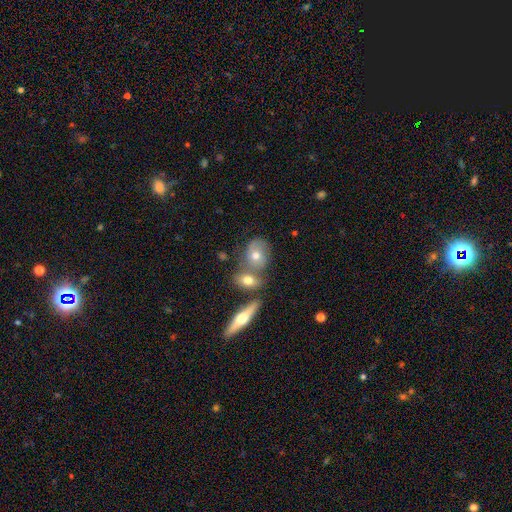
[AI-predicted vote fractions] Morphology: type=smooth (58%); roundness=in between (56%); merging=none (43%).